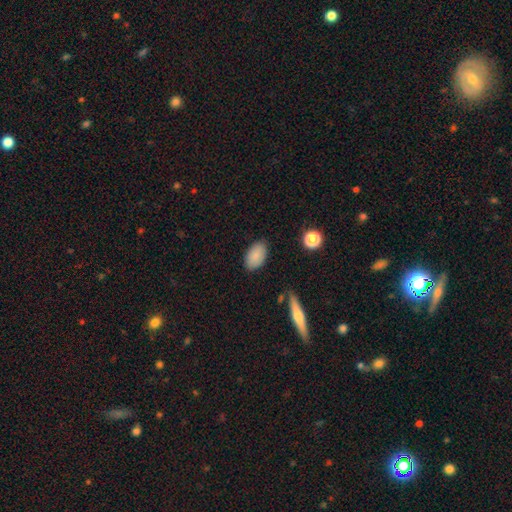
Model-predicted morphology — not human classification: smooth-or-featured: smooth: 87% | star or artifact: 7% | featured or disk: 6%
  how-rounded: in between: 93% | round: 6% | cigar-shaped: 2%
  merging: none: 84% | minor disturbance: 12% | major disturbance: 3% | merger: 1%